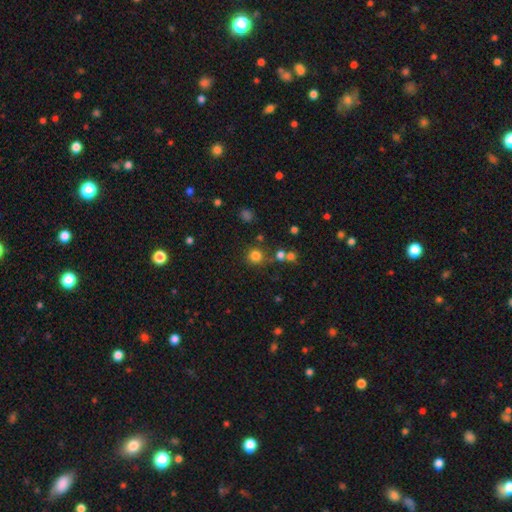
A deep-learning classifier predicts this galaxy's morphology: smooth_or_featured: smooth (p=0.78) [alt: star or artifact p=0.17]
how_rounded: round (p=0.92) [alt: in between p=0.07]
merging: none (p=0.78) [alt: merger p=0.09]